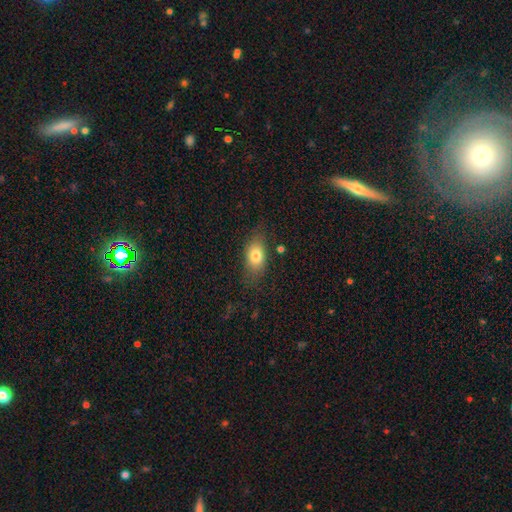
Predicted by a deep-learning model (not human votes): Smooth or featured? smooth (78%)
How rounded? in between (83%)
Merging? none (74%)